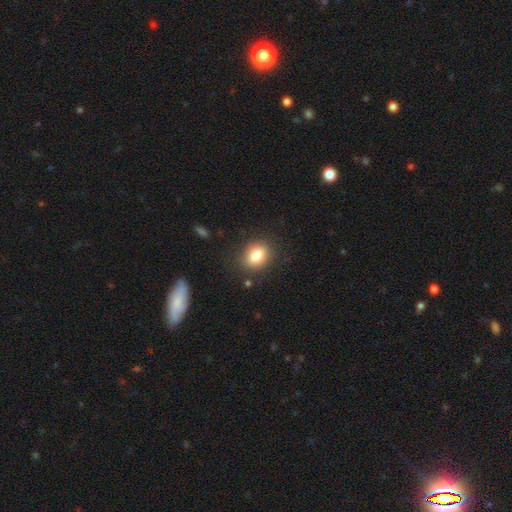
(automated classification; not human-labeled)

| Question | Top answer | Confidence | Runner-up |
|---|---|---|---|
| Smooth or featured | smooth | 81% | star or artifact (11%) |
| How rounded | round | 50% | in between (49%) |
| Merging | none | 86% | minor disturbance (10%) |